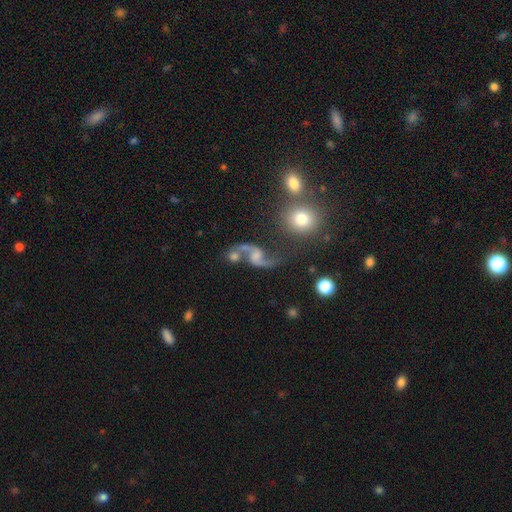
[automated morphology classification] Smooth or featured? Predicted: featured or disk (p=0.87). Edge-on disk? Predicted: no (p=0.97). Bar? Predicted: no (p=0.53). Spiral arms? Predicted: yes (p=0.96). Spiral winding? Predicted: loose (p=0.87). Spiral arm count? Predicted: 2 (p=0.93). Bulge size? Predicted: small (p=0.32). Merging? Predicted: none (p=0.58).